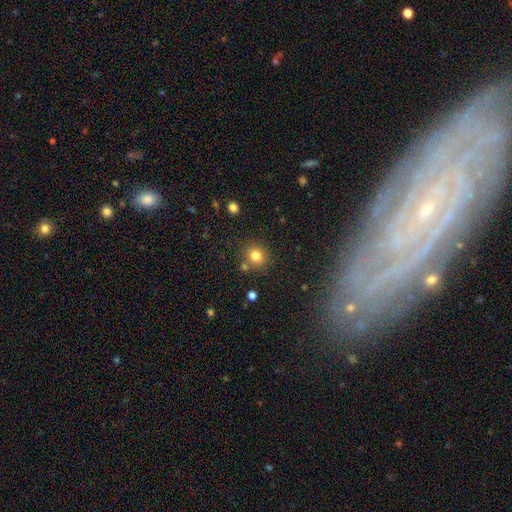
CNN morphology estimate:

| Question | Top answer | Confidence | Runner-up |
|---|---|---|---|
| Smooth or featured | smooth | 80% | star or artifact (13%) |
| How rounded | round | 88% | in between (11%) |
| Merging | none | 78% | merger (10%) |